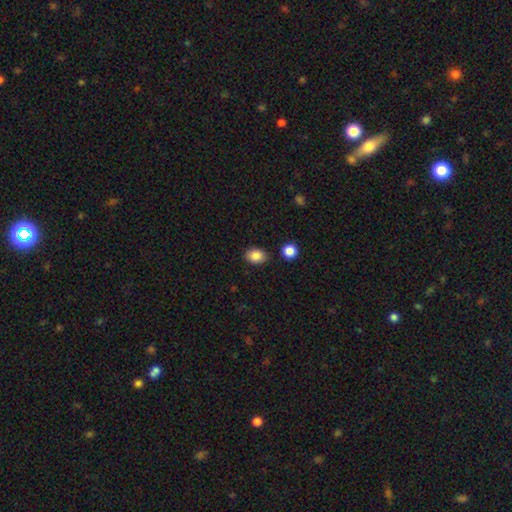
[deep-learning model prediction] A smooth galaxy with no disk features (86%) that is in between round and cigar-shaped (69%). Merging: none (85%).